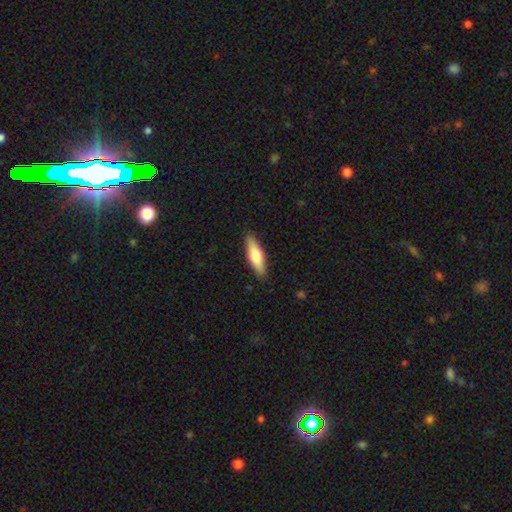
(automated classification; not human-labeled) Smooth or featured?
  - smooth: 64% *
  - featured or disk: 30%
  - star or artifact: 6%
How rounded?
  - cigar-shaped: 55% *
  - in between: 43%
  - round: 2%
Merging?
  - none: 88% *
  - minor disturbance: 9%
  - major disturbance: 2%
  - merger: 1%